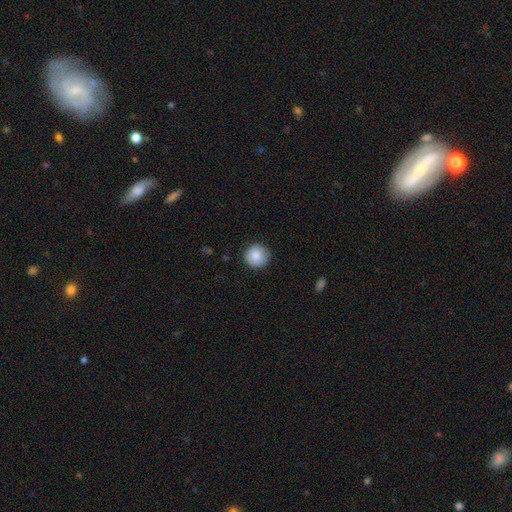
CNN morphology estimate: A smooth galaxy with no disk features (85%) that is round (95%).

Vote fractions:
- Smooth or featured? smooth: 85% / star or artifact: 8% / featured or disk: 7%
- How rounded? round: 95% / in between: 4% / cigar-shaped: 1%
- Merging? none: 89% / minor disturbance: 8% / major disturbance: 2% / merger: 1%